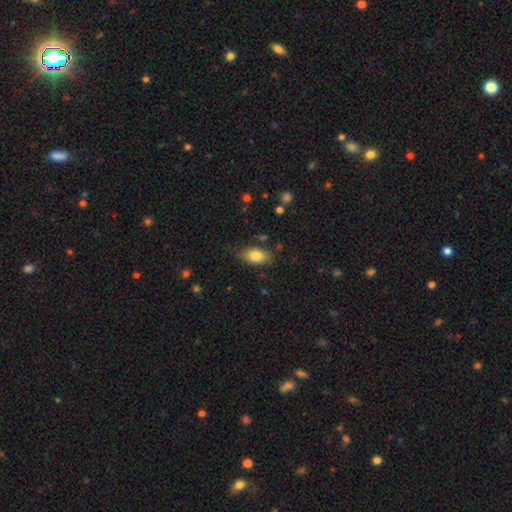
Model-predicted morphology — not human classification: Q: Smooth or featured?
A: smooth (83%); runner-up: featured or disk (9%)
Q: How rounded?
A: in between (90%); runner-up: round (5%)
Q: Merging?
A: none (78%); runner-up: minor disturbance (16%)